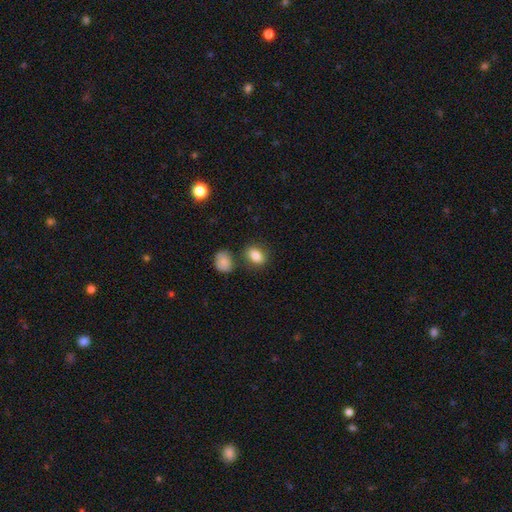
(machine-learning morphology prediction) A smooth galaxy with no disk features (85%) that is in between round and cigar-shaped (76%). Merging: none (75%).